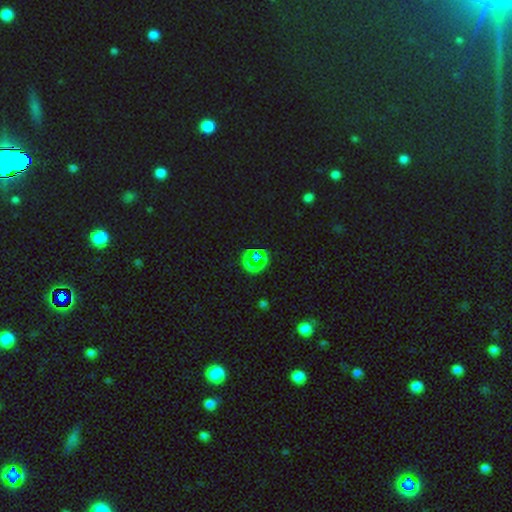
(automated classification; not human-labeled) Morphology: type=star or artifact (62%).